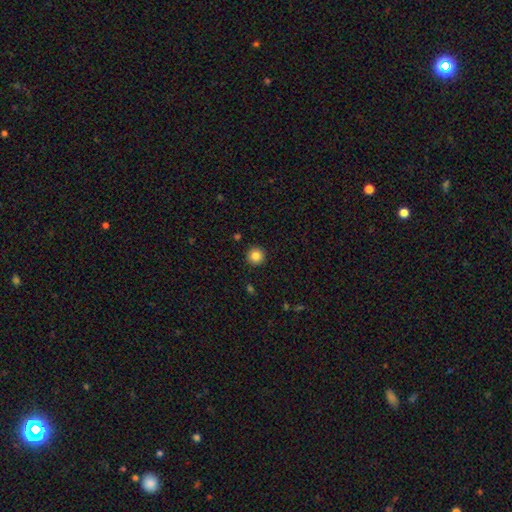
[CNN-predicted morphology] Smooth or featured?
  - smooth: 85% *
  - star or artifact: 10%
  - featured or disk: 5%
How rounded?
  - round: 95% *
  - in between: 4%
  - cigar-shaped: 1%
Merging?
  - none: 92% *
  - minor disturbance: 5%
  - major disturbance: 2%
  - merger: 1%